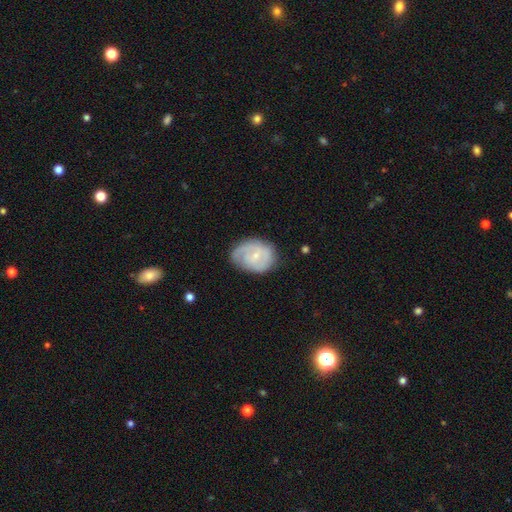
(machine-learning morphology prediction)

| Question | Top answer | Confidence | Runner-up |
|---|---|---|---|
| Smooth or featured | featured or disk | 61% | smooth (33%) |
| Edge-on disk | no | 97% | yes (3%) |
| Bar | no | 62% | weak (33%) |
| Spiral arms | yes | 81% | no (19%) |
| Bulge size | small | 72% | moderate (23%) |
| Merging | none | 63% | minor disturbance (26%) |